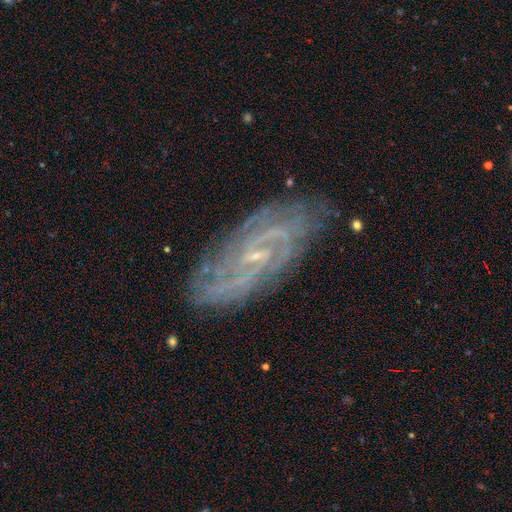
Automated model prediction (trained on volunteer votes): Q: Smooth or featured?
A: featured or disk (82%); runner-up: star or artifact (10%)
Q: Edge-on disk?
A: no (92%); runner-up: yes (8%)
Q: Bar?
A: weak (44%); runner-up: no (43%)
Q: Spiral arms?
A: yes (95%); runner-up: no (5%)
Q: Spiral winding?
A: tight (53%); runner-up: medium (36%)
Q: Spiral arm count?
A: can't tell (31%); runner-up: 2 (30%)
Q: Bulge size?
A: small (78%); runner-up: moderate (14%)
Q: Merging?
A: none (80%); runner-up: minor disturbance (14%)